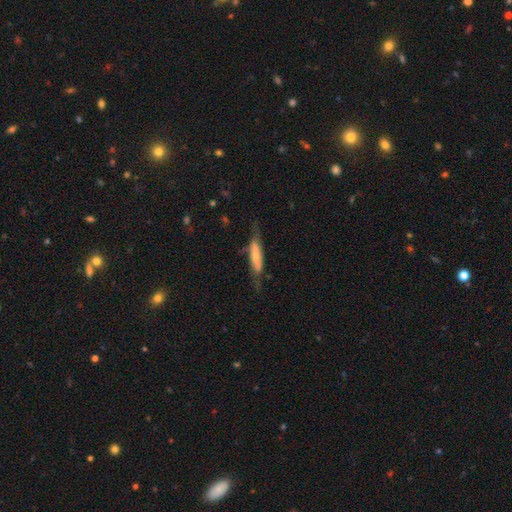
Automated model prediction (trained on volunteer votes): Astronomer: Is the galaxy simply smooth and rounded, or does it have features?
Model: smooth — 52% (runner-up: featured or disk, 41%).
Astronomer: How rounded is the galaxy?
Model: cigar-shaped — 69%.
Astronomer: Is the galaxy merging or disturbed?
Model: none — 55%.